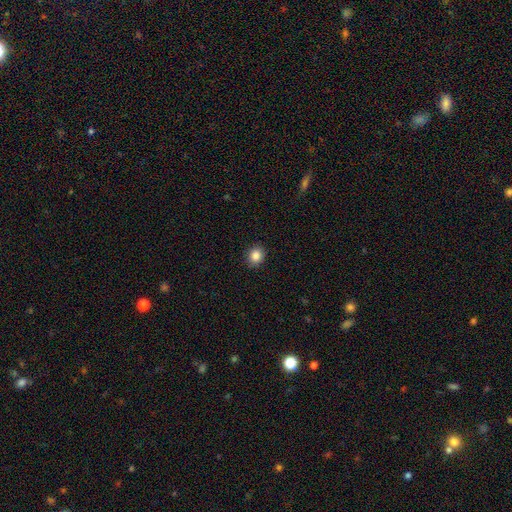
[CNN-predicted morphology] Overall: smooth (86%). How rounded: round (73%). Merging: none (90%).